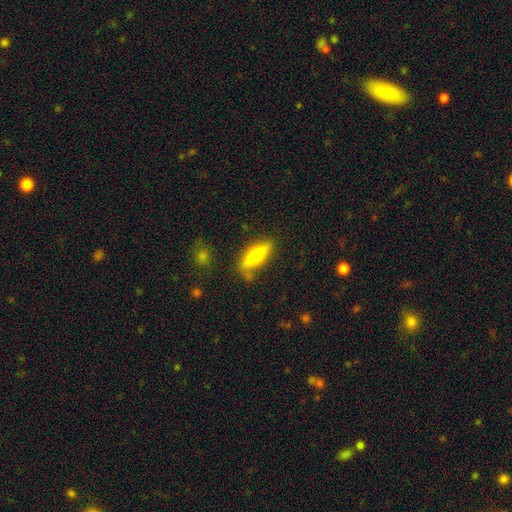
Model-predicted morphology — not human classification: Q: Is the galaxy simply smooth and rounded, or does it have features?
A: smooth — 50%.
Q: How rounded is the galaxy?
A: cigar-shaped — 57%.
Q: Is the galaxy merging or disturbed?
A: none — 75%.